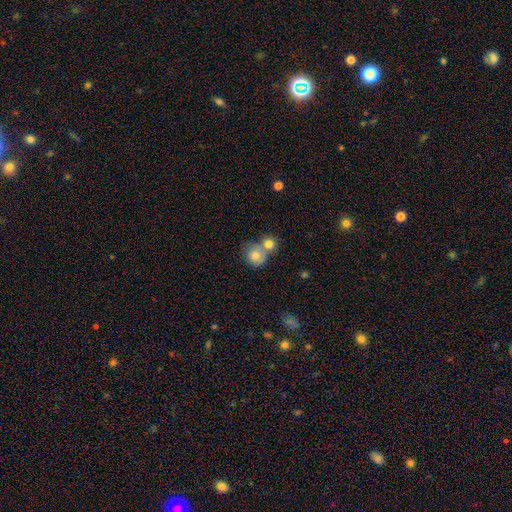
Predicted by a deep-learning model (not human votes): Morphology: type=smooth (80%); roundness=round (83%); merging=merger (52%).